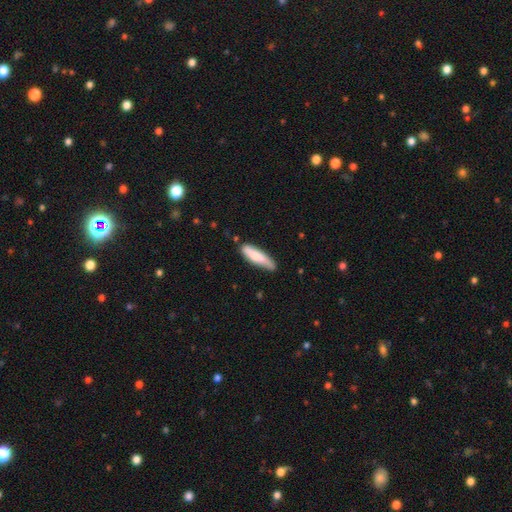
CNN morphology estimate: Smooth or featured?
  - smooth: 75% *
  - featured or disk: 20%
  - star or artifact: 5%
How rounded?
  - cigar-shaped: 69% *
  - in between: 29%
  - round: 1%
Merging?
  - none: 69% *
  - minor disturbance: 24%
  - major disturbance: 4%
  - merger: 3%